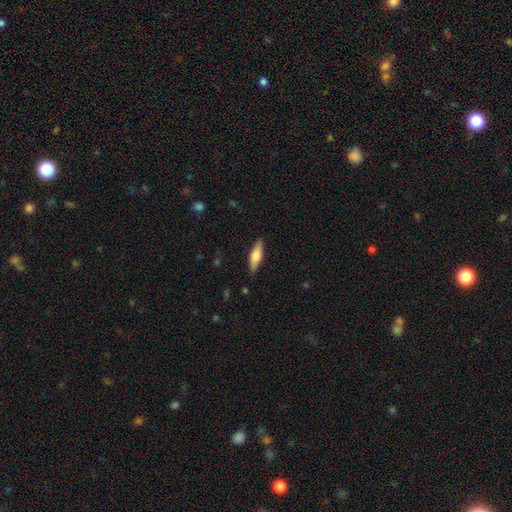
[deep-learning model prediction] Morphology: type=smooth (68%); roundness=cigar-shaped (57%); merging=none (87%).